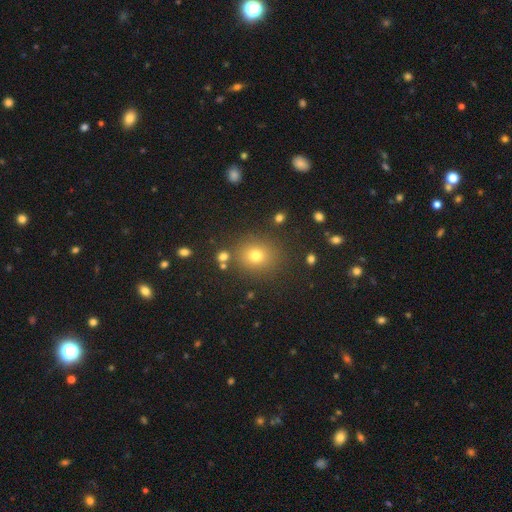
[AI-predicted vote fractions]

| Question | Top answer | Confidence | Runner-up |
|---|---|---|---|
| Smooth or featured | smooth | 72% | star or artifact (19%) |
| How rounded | round | 80% | in between (19%) |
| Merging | none | 84% | minor disturbance (9%) |